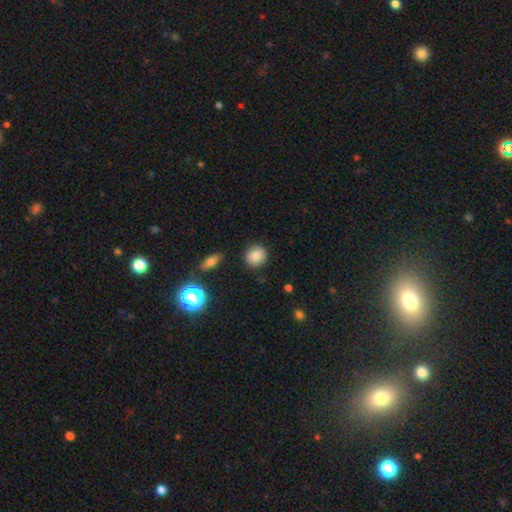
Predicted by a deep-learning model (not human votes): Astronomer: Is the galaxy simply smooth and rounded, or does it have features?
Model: smooth — 83%.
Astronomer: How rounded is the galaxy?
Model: round — 87%.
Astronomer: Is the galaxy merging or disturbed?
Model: none — 89%.